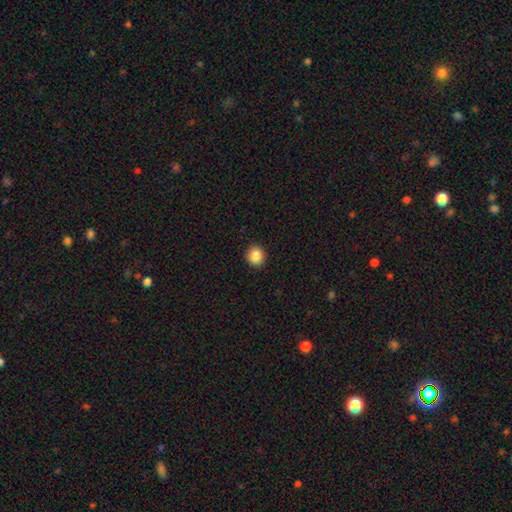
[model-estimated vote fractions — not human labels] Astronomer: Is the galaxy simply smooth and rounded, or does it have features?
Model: smooth — 87%.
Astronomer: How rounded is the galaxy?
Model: round — 89%.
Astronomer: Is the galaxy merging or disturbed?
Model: none — 93%.